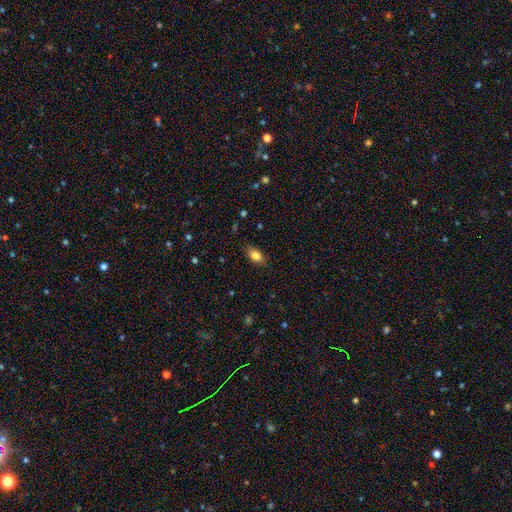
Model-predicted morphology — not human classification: smooth-or-featured: smooth: 83% | featured or disk: 9% | star or artifact: 9%
  how-rounded: in between: 84% | round: 12% | cigar-shaped: 5%
  merging: none: 82% | minor disturbance: 14% | major disturbance: 3% | merger: 1%